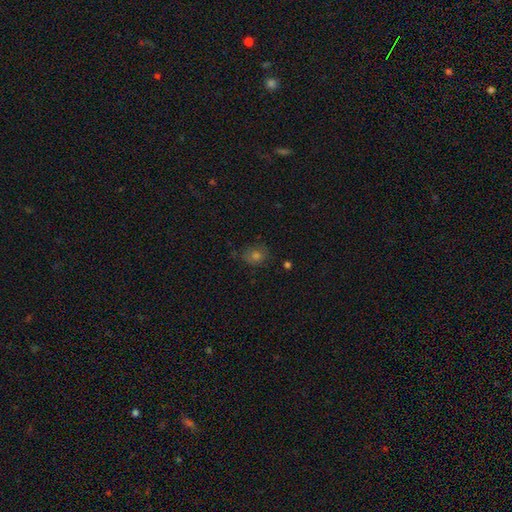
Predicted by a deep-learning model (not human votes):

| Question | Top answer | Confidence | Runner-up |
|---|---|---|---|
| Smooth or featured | smooth | 64% | star or artifact (25%) |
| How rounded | round | 62% | in between (37%) |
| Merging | none | 77% | minor disturbance (16%) |